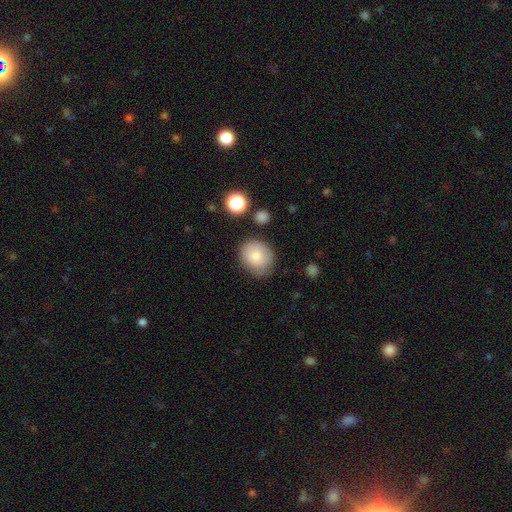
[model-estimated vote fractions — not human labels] A smooth galaxy with no disk features (82%) that is round (66%). Merging: none (73%).